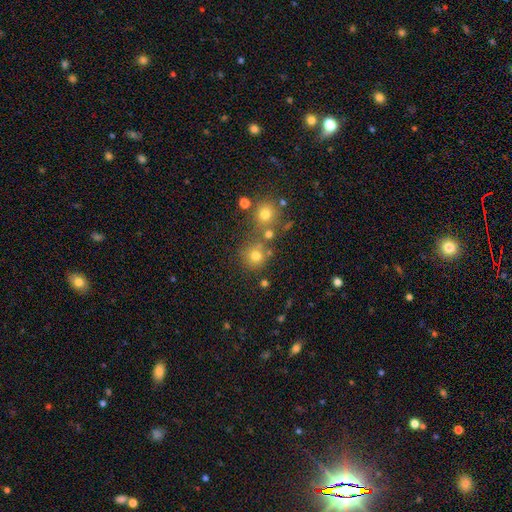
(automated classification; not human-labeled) Smooth or featured? smooth (72%)
How rounded? round (89%)
Merging? none (66%)